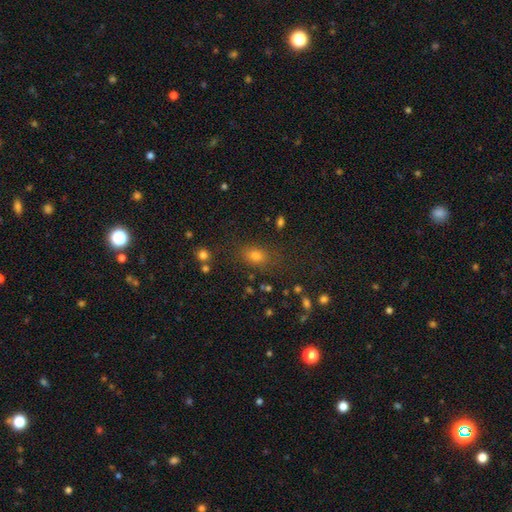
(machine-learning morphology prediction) The model was most divided on "how rounded": in between: 66%, round: 31%, cigar-shaped: 3%. More confident: merging — none (77%); smooth or featured — smooth (70%).